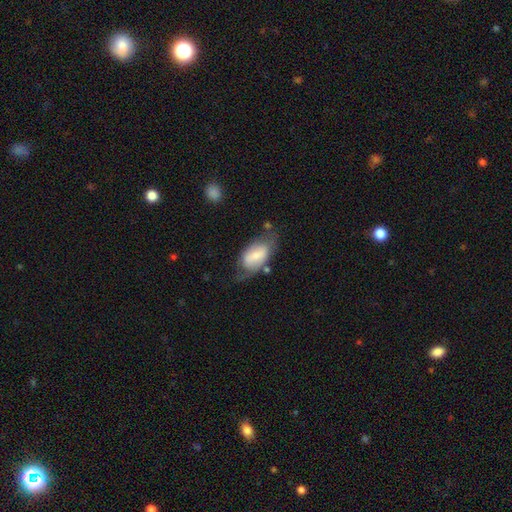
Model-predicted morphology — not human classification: Smooth or featured? smooth (52%)
How rounded? in between (90%)
Merging? none (47%)